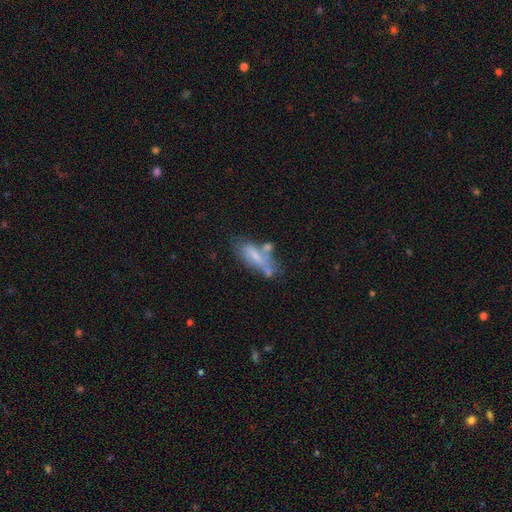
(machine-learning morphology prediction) Q: Smooth or featured?
A: smooth (50%); runner-up: featured or disk (41%)
Q: How rounded?
A: in between (59%); runner-up: cigar-shaped (38%)
Q: Merging?
A: none (35%); runner-up: merger (26%)